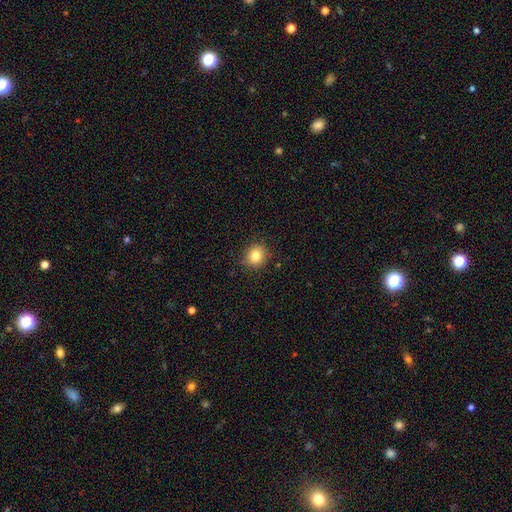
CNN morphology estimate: The model was most divided on "how rounded": round: 82%, in between: 17%, cigar-shaped: 1%. More confident: merging — none (87%); smooth or featured — smooth (81%).